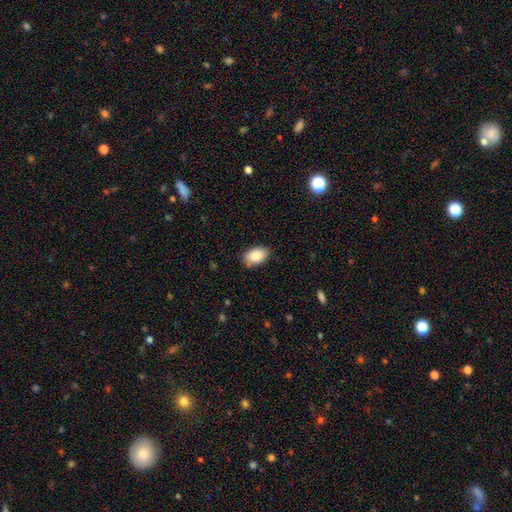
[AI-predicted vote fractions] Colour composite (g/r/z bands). It shows a smooth galaxy with no disk features (86%) that is in between round and cigar-shaped (92%). Merging: none (83%).